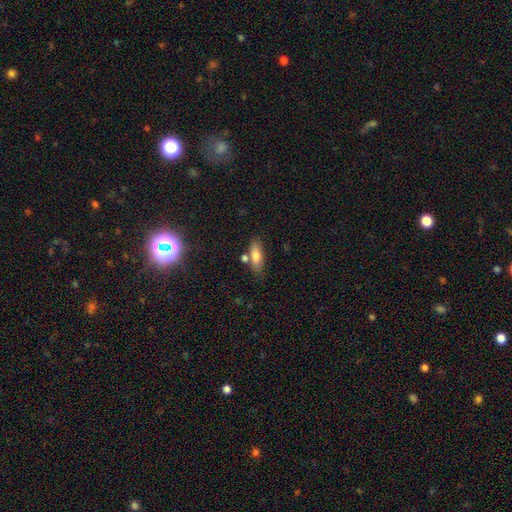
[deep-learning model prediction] smooth 77%, featured or disk 15%, star or artifact 8%. Down the decision tree: how rounded — in between (64%); merging — none (67%).